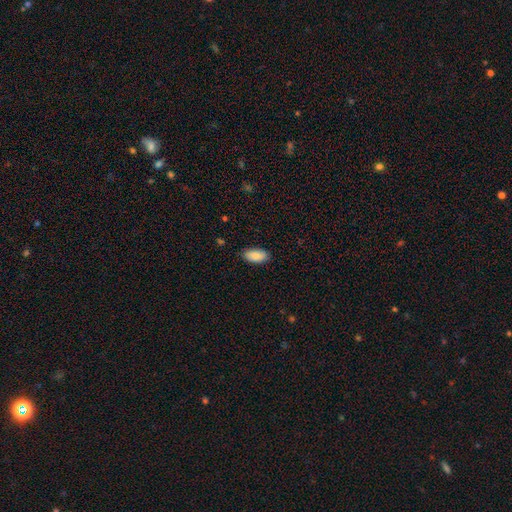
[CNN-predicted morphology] Smooth or featured? smooth (87%)
How rounded? in between (93%)
Merging? none (85%)